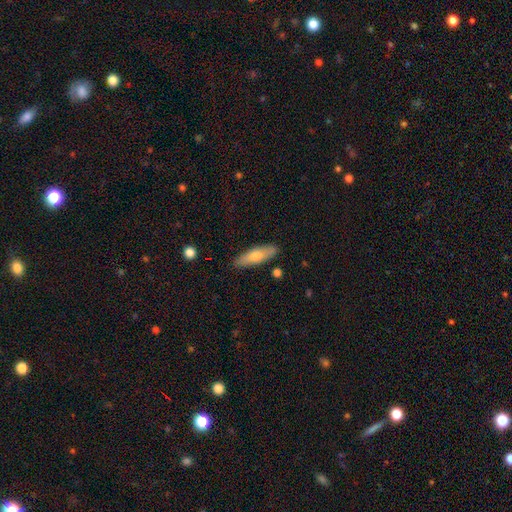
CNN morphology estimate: Smooth or featured? smooth (66%)
How rounded? cigar-shaped (54%)
Merging? none (86%)